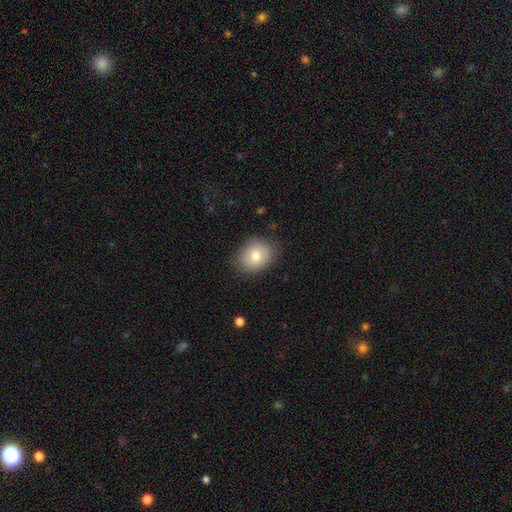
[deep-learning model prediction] Overall: smooth (80%). How rounded: in between (51%; round 48%). Merging: none (82%).